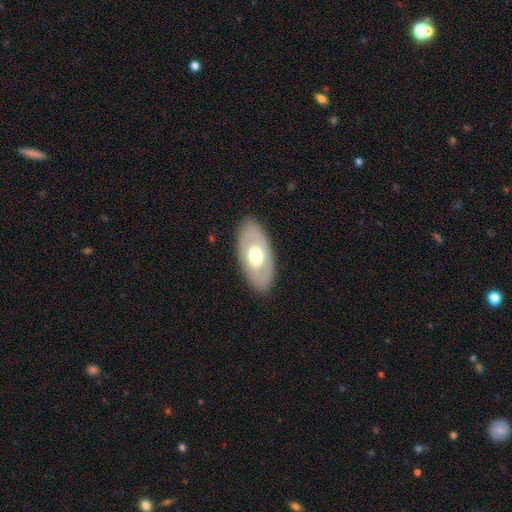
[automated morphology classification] A smooth galaxy with no disk features (47%, tied with featured or disk). Merging: none (85%).